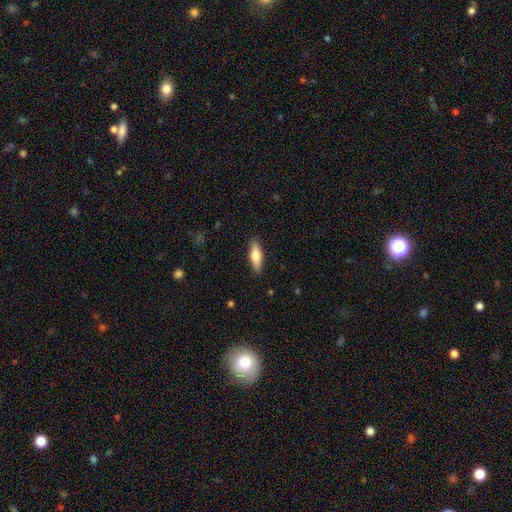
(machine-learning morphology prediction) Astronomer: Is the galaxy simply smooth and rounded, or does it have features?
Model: smooth — 66%.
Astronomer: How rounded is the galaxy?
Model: in between — 56% (runner-up: cigar-shaped, 42%).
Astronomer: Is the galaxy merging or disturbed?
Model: none — 88%.